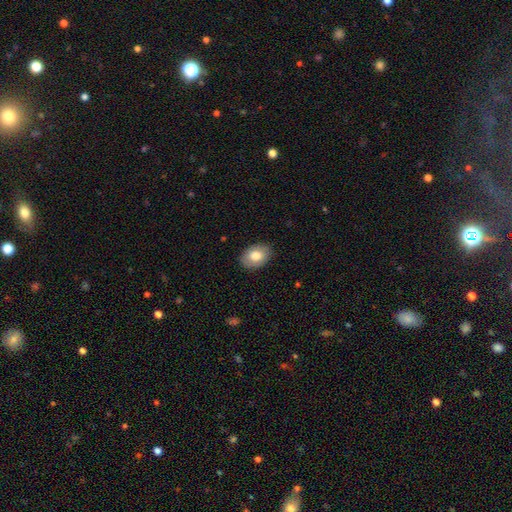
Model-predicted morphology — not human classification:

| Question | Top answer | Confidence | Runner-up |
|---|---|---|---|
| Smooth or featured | smooth | 78% | featured or disk (15%) |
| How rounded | in between | 81% | round (18%) |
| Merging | none | 86% | minor disturbance (11%) |